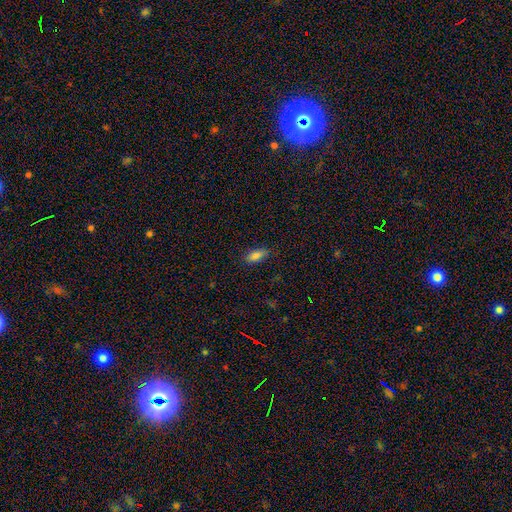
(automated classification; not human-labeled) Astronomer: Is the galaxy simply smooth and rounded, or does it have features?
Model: smooth — 85%.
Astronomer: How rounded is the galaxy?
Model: in between — 86%.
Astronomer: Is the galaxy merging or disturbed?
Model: none — 83%.